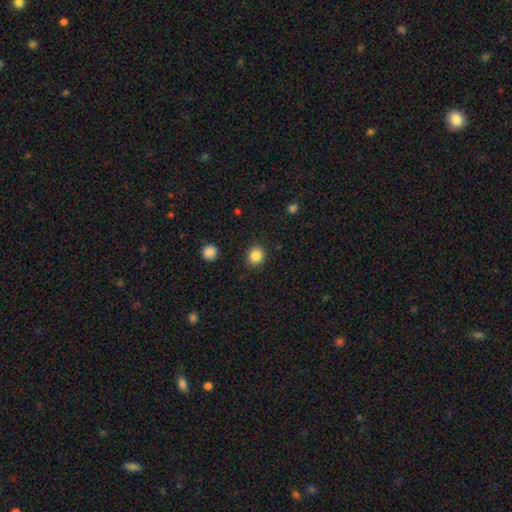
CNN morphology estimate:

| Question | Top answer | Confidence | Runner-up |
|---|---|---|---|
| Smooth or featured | smooth | 85% | star or artifact (10%) |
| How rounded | round | 79% | in between (20%) |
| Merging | none | 88% | minor disturbance (8%) |